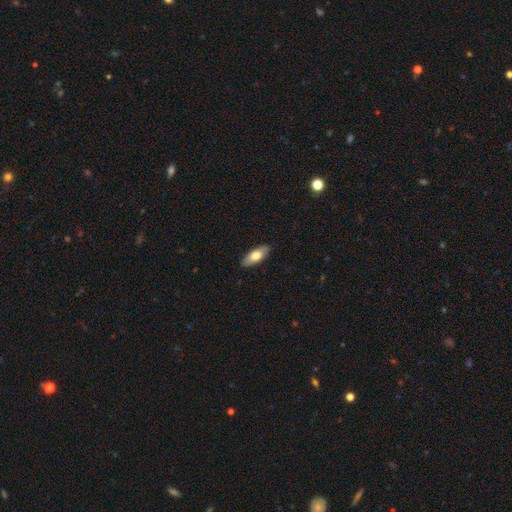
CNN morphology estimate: smooth_or_featured: smooth (p=0.73) [alt: featured or disk p=0.22]
how_rounded: in between (p=0.78) [alt: cigar-shaped p=0.20]
merging: none (p=0.88) [alt: minor disturbance p=0.09]